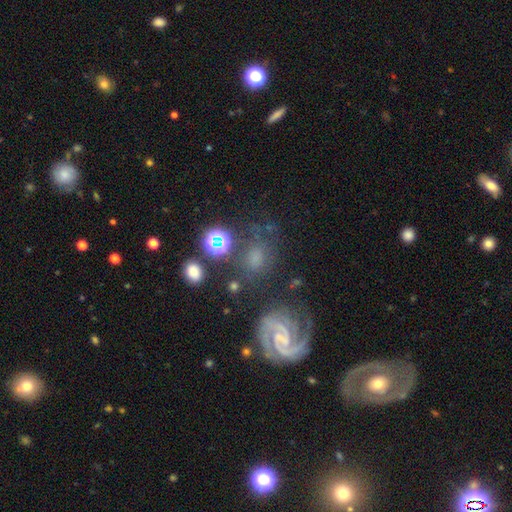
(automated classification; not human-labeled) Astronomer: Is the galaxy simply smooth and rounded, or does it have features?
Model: smooth — 59%.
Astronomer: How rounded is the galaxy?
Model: round — 53% (runner-up: in between, 45%).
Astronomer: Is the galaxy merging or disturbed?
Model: none — 59%.